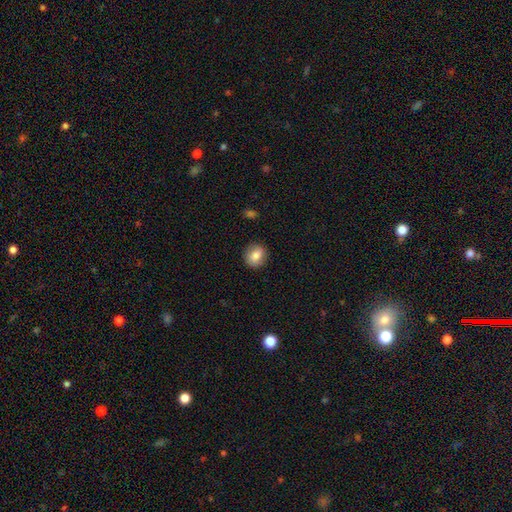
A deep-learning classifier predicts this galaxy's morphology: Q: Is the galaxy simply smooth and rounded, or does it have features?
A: smooth — 79%.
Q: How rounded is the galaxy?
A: round — 76%.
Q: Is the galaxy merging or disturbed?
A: none — 88%.